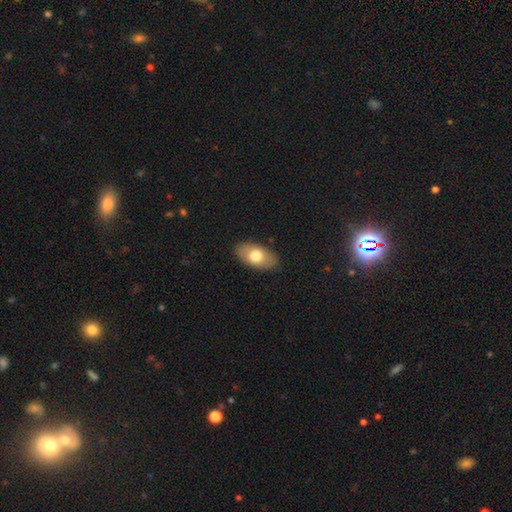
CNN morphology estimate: Overall: smooth (70%). How rounded: in between (93%). Merging: none (87%).